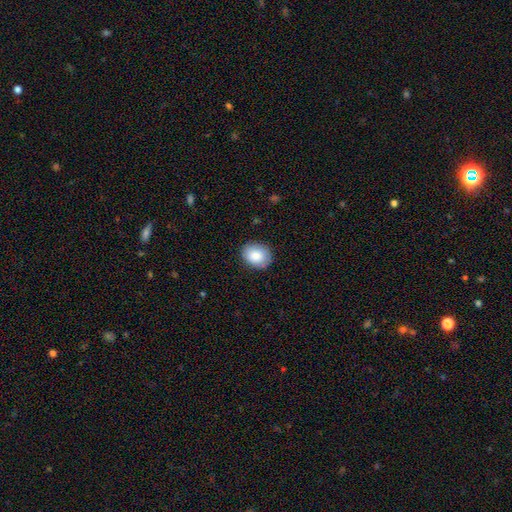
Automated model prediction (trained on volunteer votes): Q: Smooth or featured?
A: smooth (84%); runner-up: featured or disk (9%)
Q: How rounded?
A: round (50%); runner-up: in between (49%)
Q: Merging?
A: none (84%); runner-up: minor disturbance (12%)